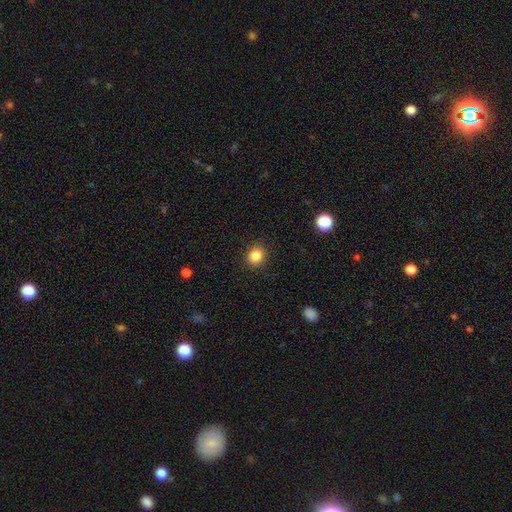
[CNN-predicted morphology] type=smooth (85%); roundness=round (72%); merging=none (90%).